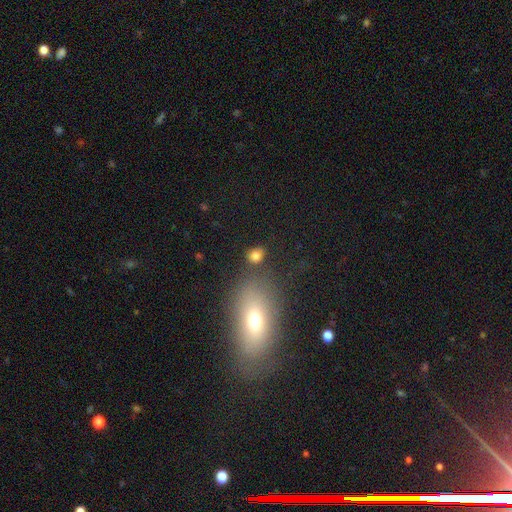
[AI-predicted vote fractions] Q: Smooth or featured?
A: smooth (79%); runner-up: star or artifact (13%)
Q: How rounded?
A: in between (54%); runner-up: round (44%)
Q: Merging?
A: none (71%); runner-up: minor disturbance (13%)